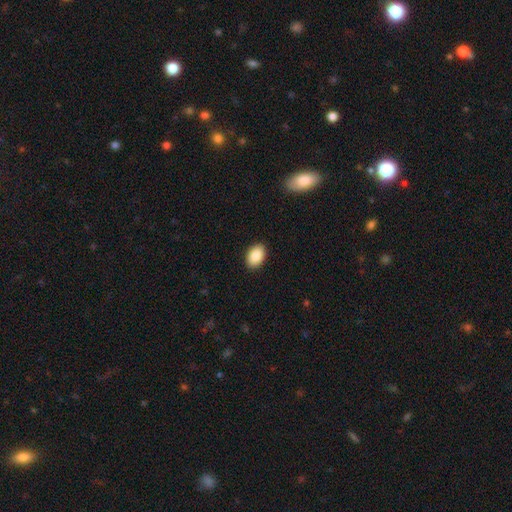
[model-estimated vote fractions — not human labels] The model was most divided on "how rounded": in between: 88%, round: 11%, cigar-shaped: 1%. More confident: merging — none (90%); smooth or featured — smooth (89%).